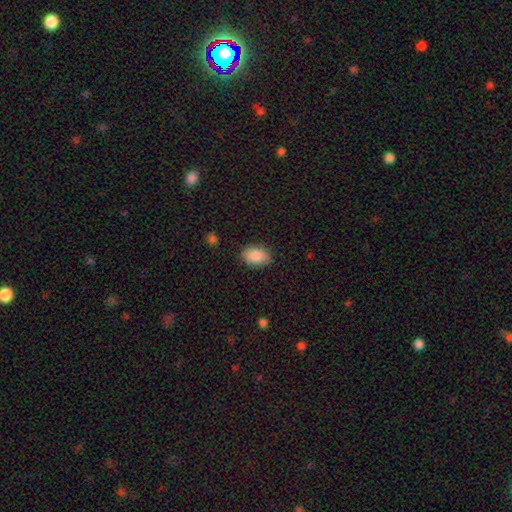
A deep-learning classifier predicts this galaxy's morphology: Smooth or featured? Predicted: smooth (p=0.87). How rounded? Predicted: in between (p=0.84). Merging? Predicted: none (p=0.85).